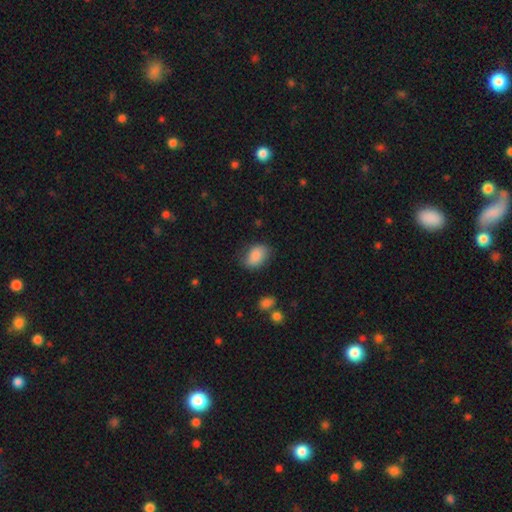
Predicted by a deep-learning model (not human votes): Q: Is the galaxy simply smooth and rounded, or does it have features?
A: smooth — 87%.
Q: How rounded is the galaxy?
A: in between — 83%.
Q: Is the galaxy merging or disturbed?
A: none — 73%.